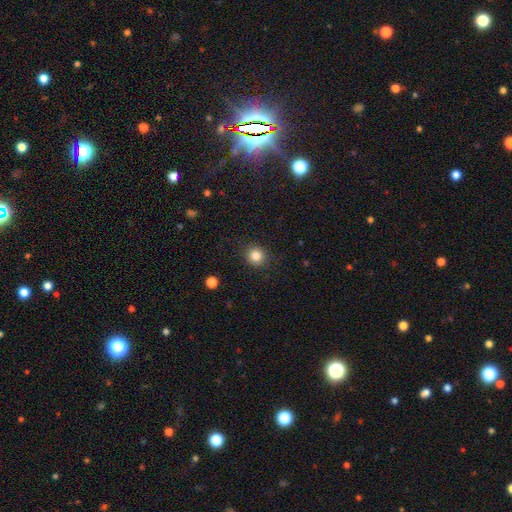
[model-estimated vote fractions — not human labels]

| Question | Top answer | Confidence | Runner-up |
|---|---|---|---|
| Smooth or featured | smooth | 84% | star or artifact (11%) |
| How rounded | round | 89% | in between (10%) |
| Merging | none | 89% | minor disturbance (7%) |